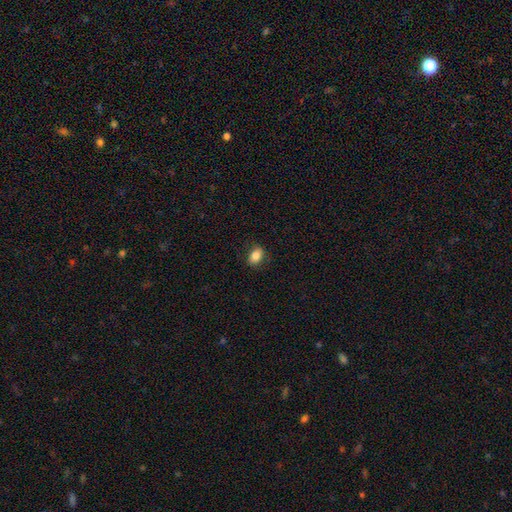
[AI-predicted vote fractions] A smooth galaxy with no disk features (84%) that is in between round and cigar-shaped (80%).

Vote fractions:
- Smooth or featured? smooth: 84% / star or artifact: 9% / featured or disk: 7%
- How rounded? in between: 80% / round: 19% / cigar-shaped: 2%
- Merging? none: 85% / minor disturbance: 12% / major disturbance: 3% / merger: 1%